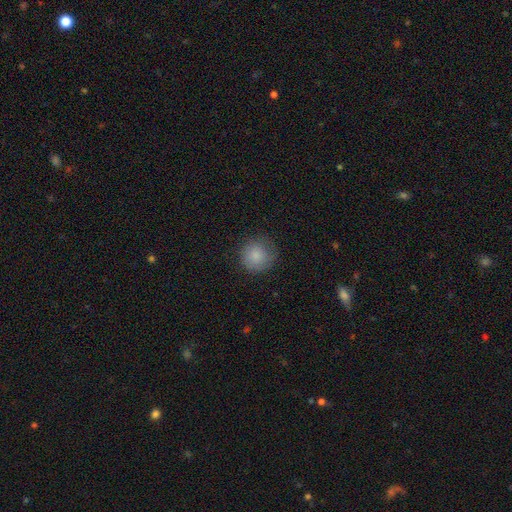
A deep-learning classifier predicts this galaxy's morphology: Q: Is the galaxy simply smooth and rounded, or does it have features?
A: smooth — 86%.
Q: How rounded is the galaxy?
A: round — 94%.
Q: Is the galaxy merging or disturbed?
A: none — 80%.